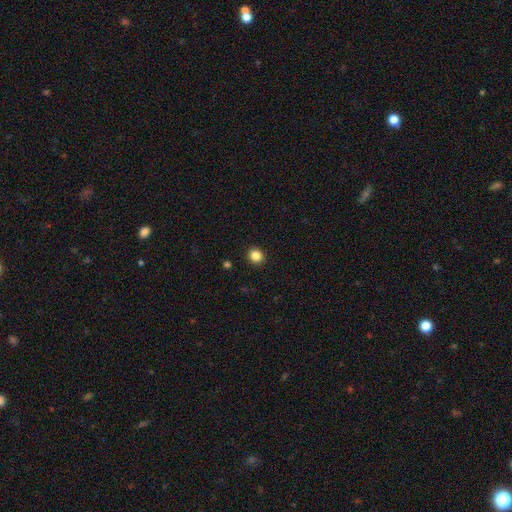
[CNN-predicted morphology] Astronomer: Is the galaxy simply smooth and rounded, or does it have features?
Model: smooth — 85%.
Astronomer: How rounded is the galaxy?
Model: round — 87%.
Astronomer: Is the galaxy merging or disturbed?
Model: none — 92%.